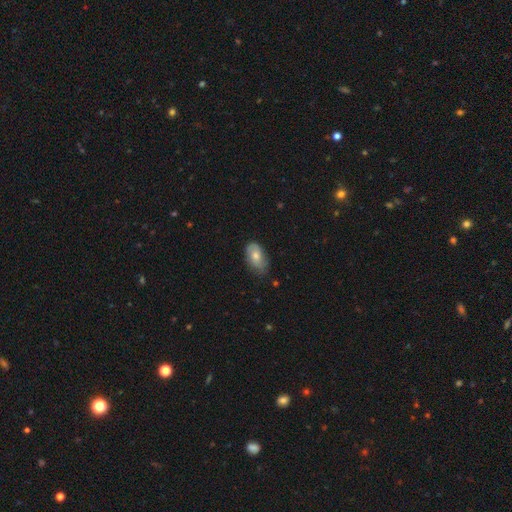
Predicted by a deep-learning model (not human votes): A smooth galaxy with no disk features (66%) that is in between round and cigar-shaped (91%). Merging: none (64%).